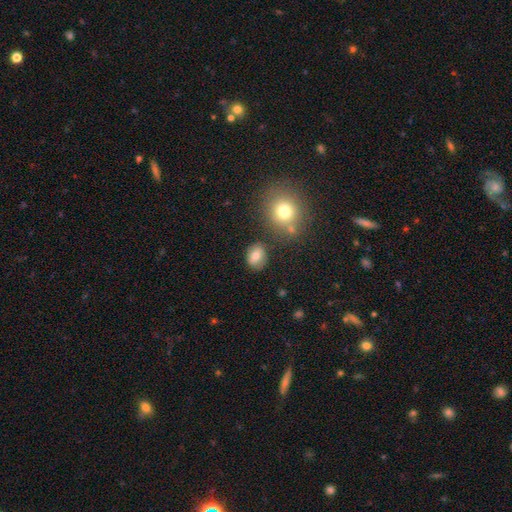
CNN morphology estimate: Overall: smooth (77%). How rounded: in between (54%; round 45%). Merging: none (79%).